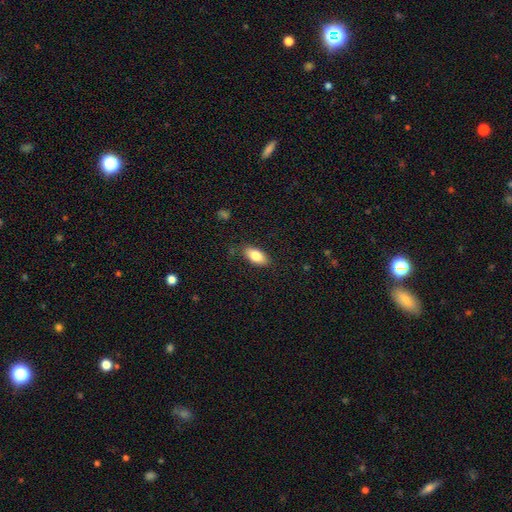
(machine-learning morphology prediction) A smooth galaxy with no disk features (81%) that is in between round and cigar-shaped (89%). Merging: none (84%).